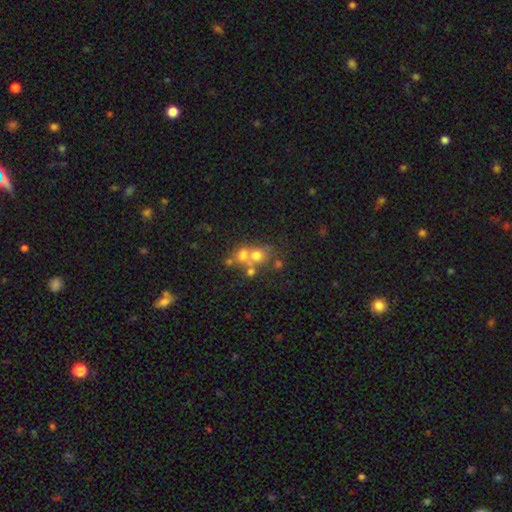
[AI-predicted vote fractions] The model was most divided on "merging": merger: 49%, none: 36%, minor disturbance: 9%, major disturbance: 7%. More confident: how rounded — round (73%); smooth or featured — smooth (56%).